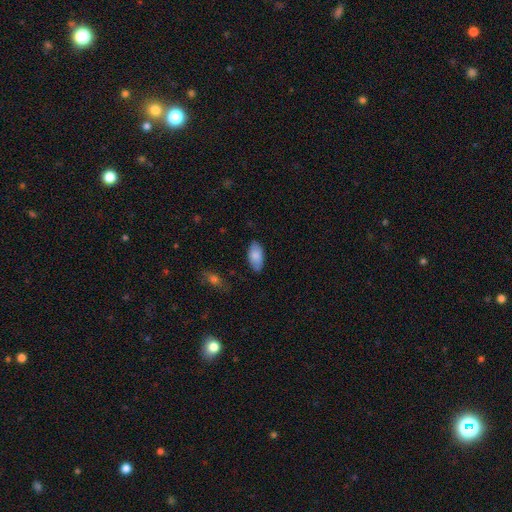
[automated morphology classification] smooth 83%, featured or disk 11%, star or artifact 6%. Down the decision tree: how rounded — in between (94%); merging — none (82%).